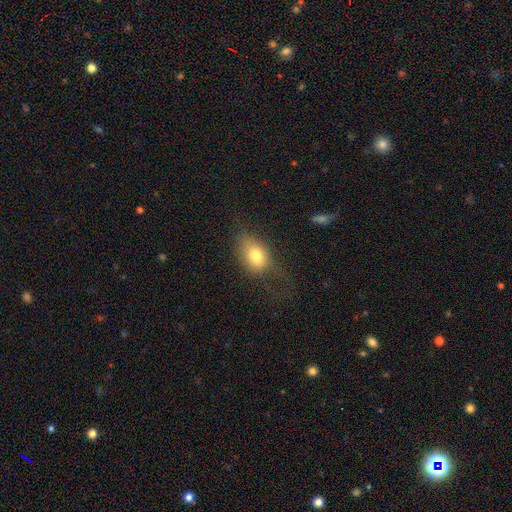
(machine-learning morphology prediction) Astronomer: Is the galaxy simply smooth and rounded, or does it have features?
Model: smooth — 75%.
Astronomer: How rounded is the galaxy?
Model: in between — 72%.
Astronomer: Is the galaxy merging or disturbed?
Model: none — 53%.